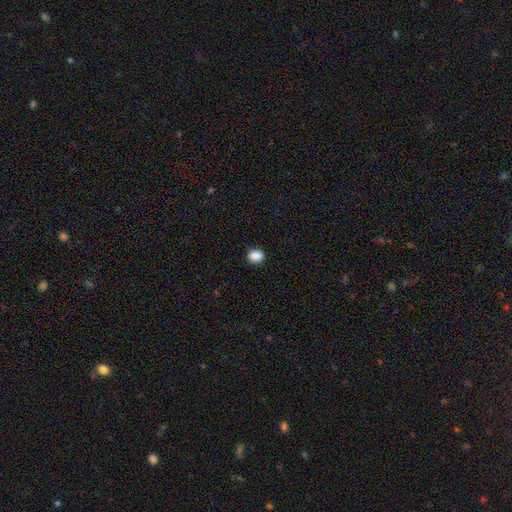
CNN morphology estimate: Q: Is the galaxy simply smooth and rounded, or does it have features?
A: smooth — 88%.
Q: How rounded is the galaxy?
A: round — 50%.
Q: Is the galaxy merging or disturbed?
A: none — 87%.